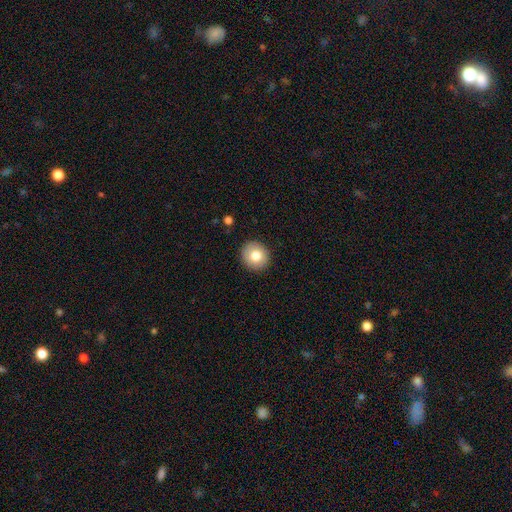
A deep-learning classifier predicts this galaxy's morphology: The model was most divided on "smooth or featured": smooth: 80%, featured or disk: 12%, star or artifact: 9%. More confident: merging — none (90%); how rounded — round (84%).